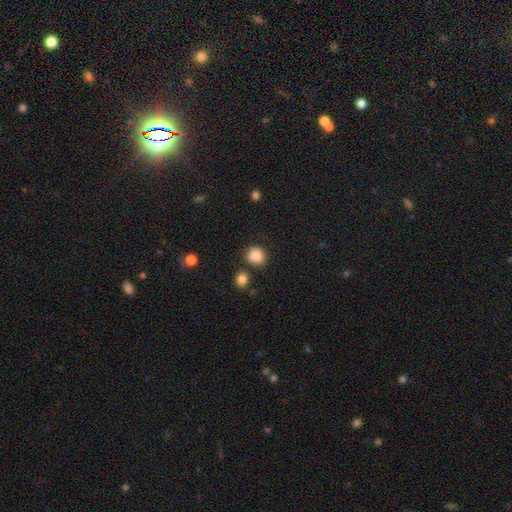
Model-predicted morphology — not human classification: Smooth or featured?
  - smooth: 86% *
  - star or artifact: 10%
  - featured or disk: 4%
How rounded?
  - round: 87% *
  - in between: 12%
  - cigar-shaped: 1%
Merging?
  - none: 77% *
  - minor disturbance: 13%
  - merger: 6%
  - major disturbance: 4%